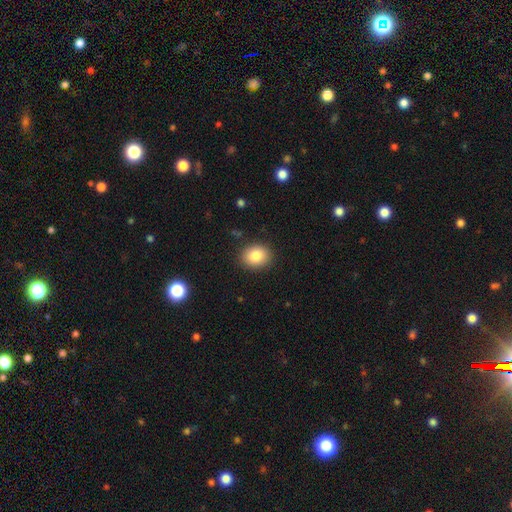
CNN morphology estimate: A smooth galaxy with no disk features (84%) that is round (53%). Merging: none (88%).